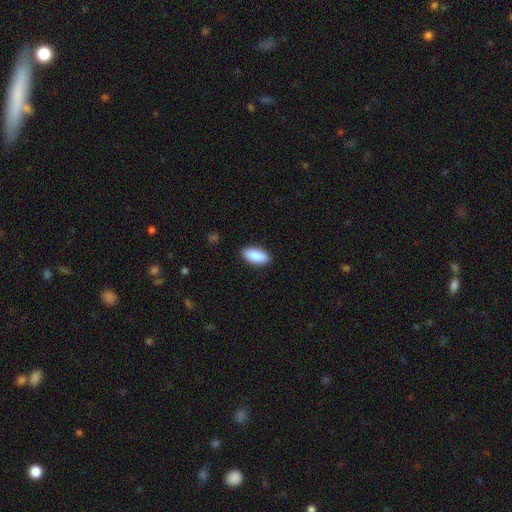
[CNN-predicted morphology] type=smooth (89%); roundness=in between (90%); merging=none (89%).